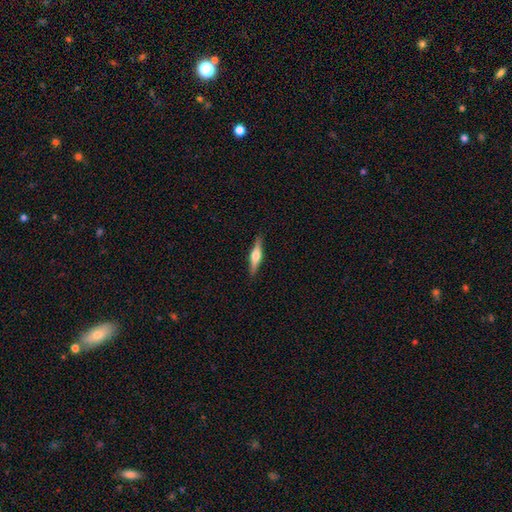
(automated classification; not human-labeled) featured or disk 62%, smooth 32%, star or artifact 6%. Down the decision tree: edge-on disk — yes (97%); edge-on bulge — rounded (90%); merging — none (90%).